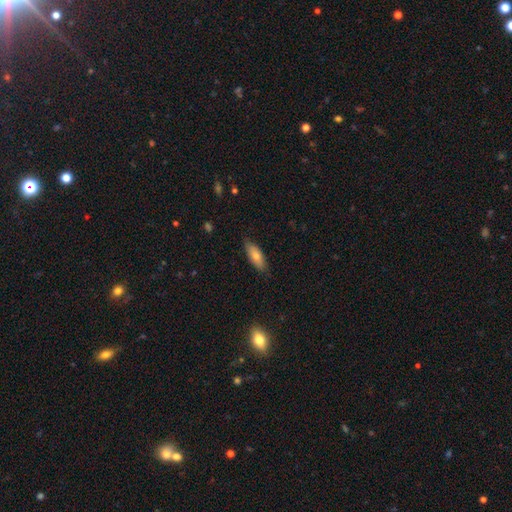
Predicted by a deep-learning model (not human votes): Smooth or featured?
  - smooth: 70% *
  - featured or disk: 23%
  - star or artifact: 7%
How rounded?
  - in between: 66% *
  - cigar-shaped: 32%
  - round: 2%
Merging?
  - none: 84% *
  - minor disturbance: 13%
  - major disturbance: 2%
  - merger: 1%